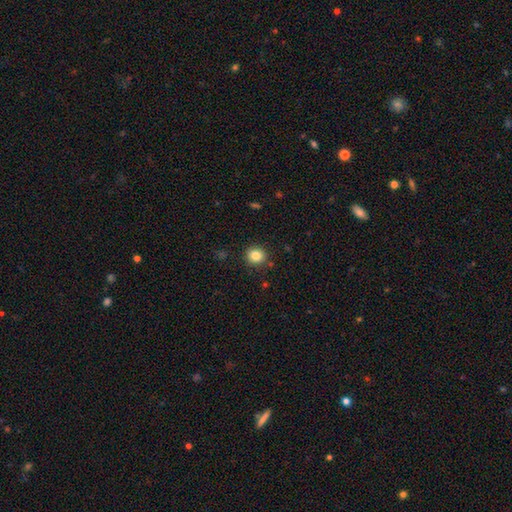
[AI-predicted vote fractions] A smooth galaxy with no disk features (83%) that is round (86%).

Vote fractions:
- Smooth or featured? smooth: 83% / star or artifact: 11% / featured or disk: 6%
- How rounded? round: 86% / in between: 13% / cigar-shaped: 1%
- Merging? none: 89% / minor disturbance: 7% / major disturbance: 2% / merger: 2%